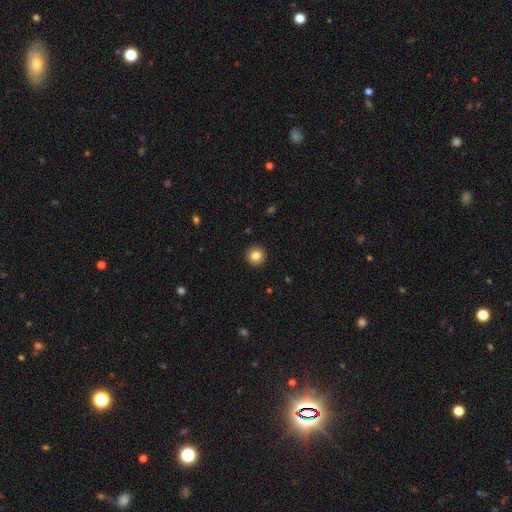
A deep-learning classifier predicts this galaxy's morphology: Overall: smooth (84%). How rounded: round (96%). Merging: none (93%).